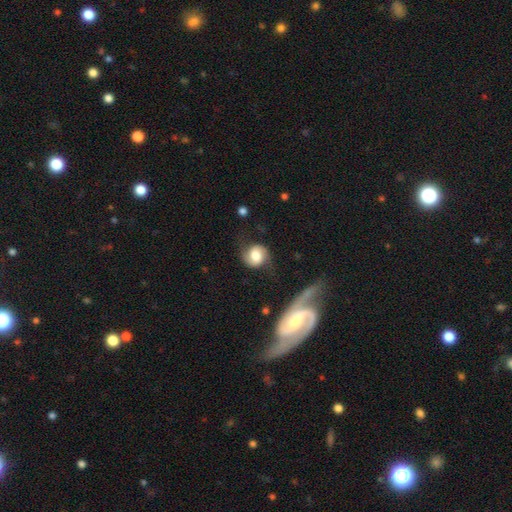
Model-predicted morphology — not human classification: The model was most divided on "smooth or featured": featured or disk: 50%, smooth: 42%, star or artifact: 7%. More confident: edge-on disk — no (96%); merging — none (65%).